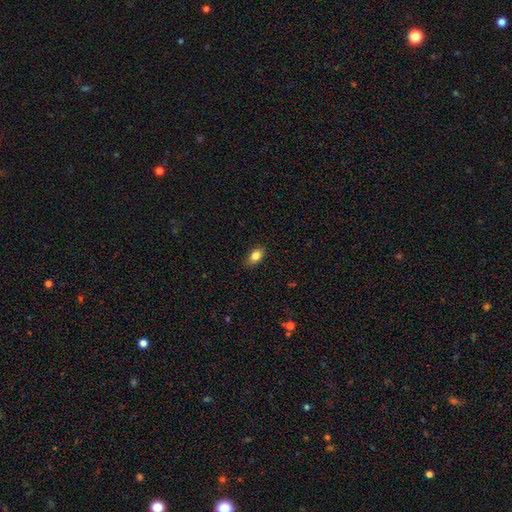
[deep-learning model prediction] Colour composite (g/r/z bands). It shows a smooth galaxy with no disk features (83%) that is in between round and cigar-shaped (87%). Merging: none (87%).